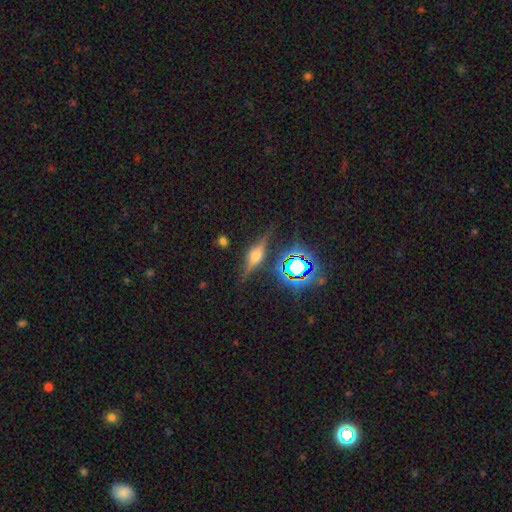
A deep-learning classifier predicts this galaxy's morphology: Smooth or featured?
  - featured or disk: 64% *
  - smooth: 18%
  - star or artifact: 18%
Edge-on disk?
  - yes: 93% *
  - no: 7%
Edge-on bulge?
  - rounded: 83% *
  - boxy: 14%
  - none: 3%
Merging?
  - none: 80% *
  - minor disturbance: 13%
  - major disturbance: 4%
  - merger: 2%